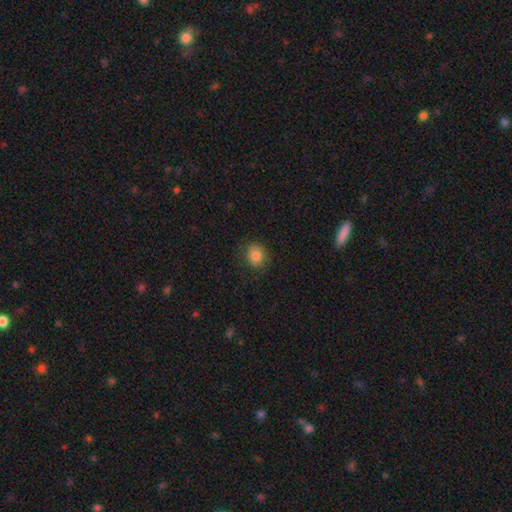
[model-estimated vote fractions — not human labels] smooth 83%, star or artifact 10%, featured or disk 7%. Down the decision tree: how rounded — round (77%); merging — none (81%).